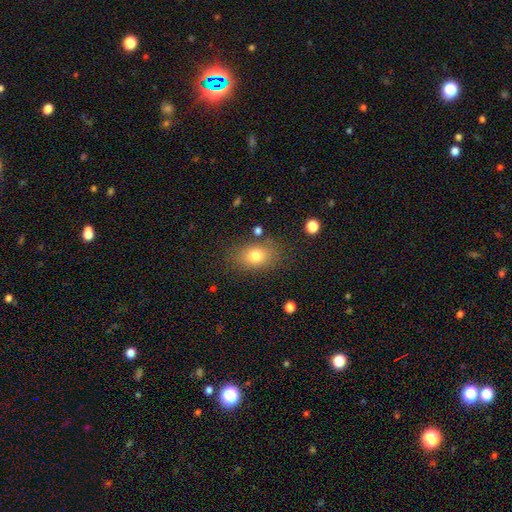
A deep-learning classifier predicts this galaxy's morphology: The model was most divided on "how rounded": in between: 73%, round: 26%, cigar-shaped: 1%. More confident: merging — none (78%); smooth or featured — smooth (77%).